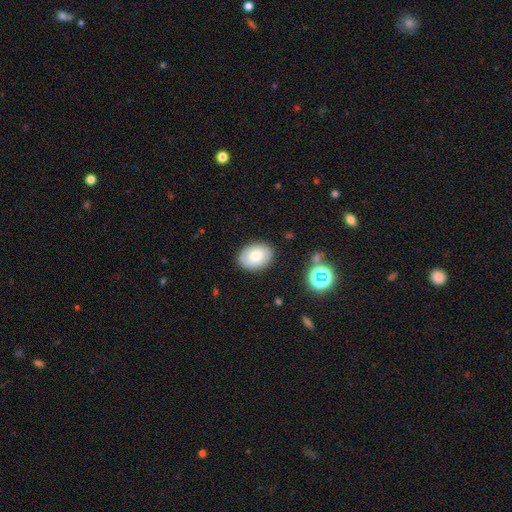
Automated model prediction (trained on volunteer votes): A smooth galaxy with no disk features (74%) that is in between round and cigar-shaped (77%).

Vote fractions:
- Smooth or featured? smooth: 74% / featured or disk: 18% / star or artifact: 8%
- How rounded? in between: 77% / round: 22% / cigar-shaped: 1%
- Merging? none: 86% / minor disturbance: 10% / major disturbance: 2% / merger: 1%